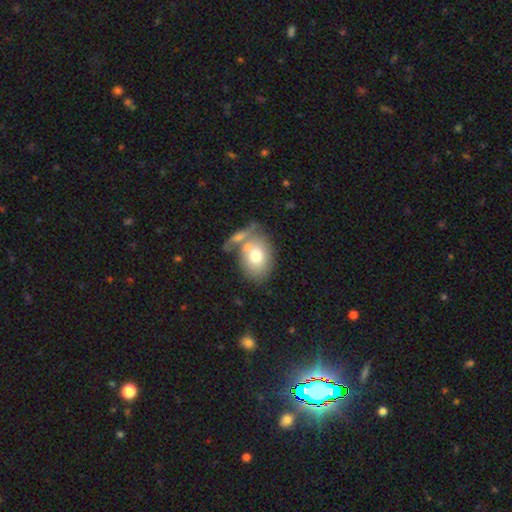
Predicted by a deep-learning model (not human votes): This is likely a smooth galaxy (71%). How rounded: likely in between (67%). Merging: possibly none (48%).